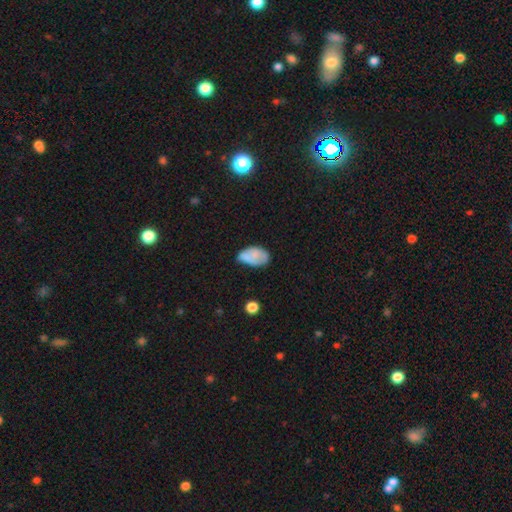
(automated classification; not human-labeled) Q: Smooth or featured?
A: smooth (70%); runner-up: featured or disk (22%)
Q: How rounded?
A: in between (92%); runner-up: round (7%)
Q: Merging?
A: none (44%); runner-up: minor disturbance (38%)